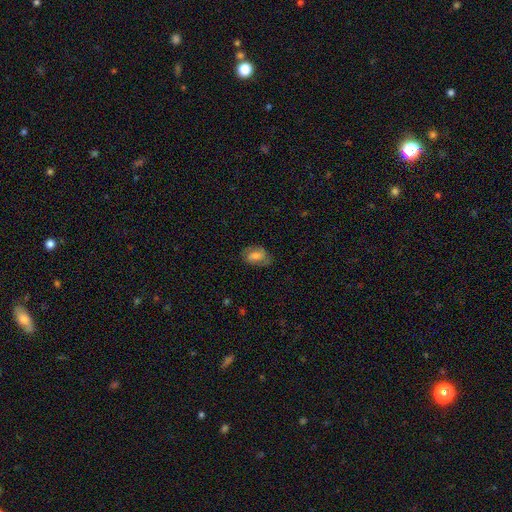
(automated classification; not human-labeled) A smooth galaxy with no disk features (62%) that is in between round and cigar-shaped (86%).

Vote fractions:
- Smooth or featured? smooth: 62% / featured or disk: 30% / star or artifact: 8%
- How rounded? in between: 86% / round: 12% / cigar-shaped: 2%
- Merging? none: 70% / minor disturbance: 21% / major disturbance: 8% / merger: 1%